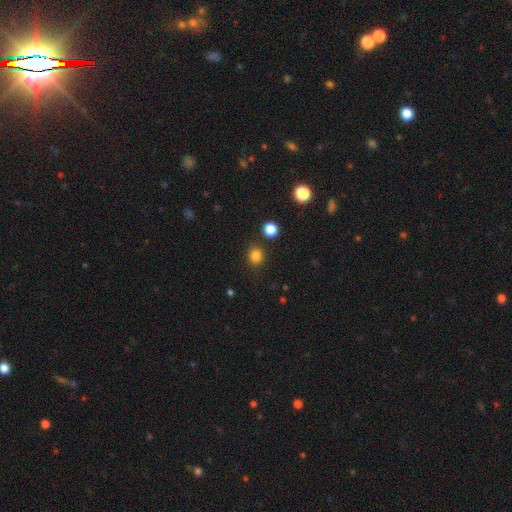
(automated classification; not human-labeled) Q: Smooth or featured?
A: smooth (83%); runner-up: star or artifact (13%)
Q: How rounded?
A: round (79%); runner-up: in between (20%)
Q: Merging?
A: none (86%); runner-up: minor disturbance (7%)